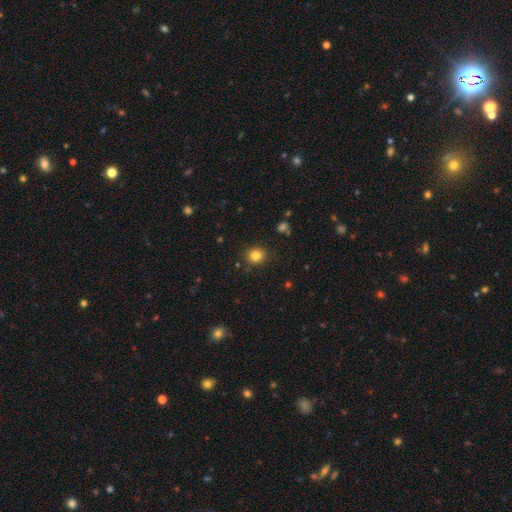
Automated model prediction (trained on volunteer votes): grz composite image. It shows a smooth galaxy with no disk features (82%) that is round (84%). Merging: none (88%).